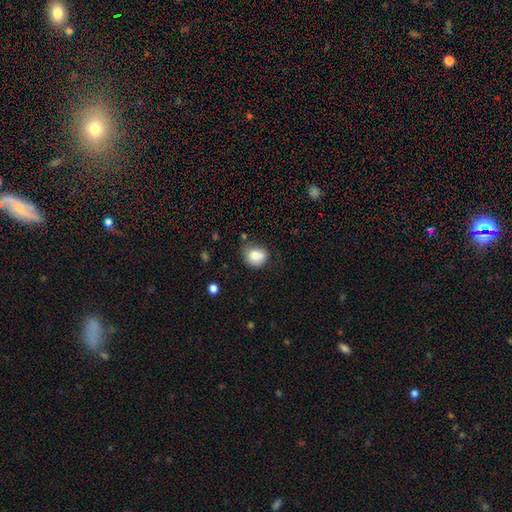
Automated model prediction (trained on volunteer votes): Smooth or featured: smooth — 79% (featured or disk — 11%)
How rounded: round — 68% (in between — 31%)
Merging: none — 54% (minor disturbance — 28%)